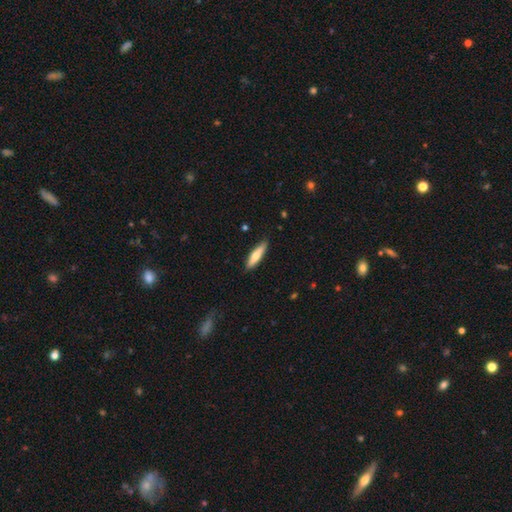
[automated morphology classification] Q: Smooth or featured?
A: smooth (64%); runner-up: featured or disk (30%)
Q: How rounded?
A: cigar-shaped (75%); runner-up: in between (24%)
Q: Merging?
A: none (87%); runner-up: minor disturbance (10%)